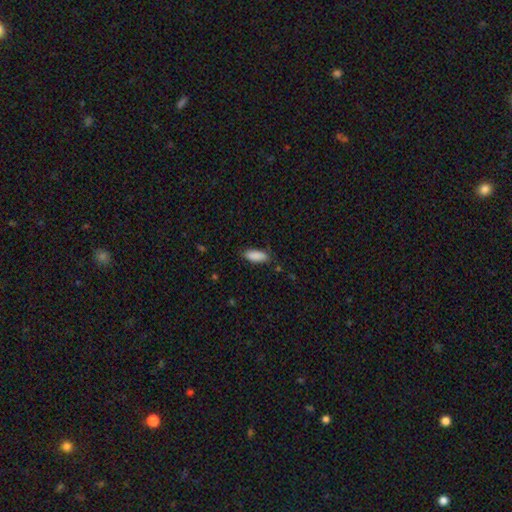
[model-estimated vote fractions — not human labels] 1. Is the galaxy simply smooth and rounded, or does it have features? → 89% smooth, 7% star or artifact, 4% featured or disk.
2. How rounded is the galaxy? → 74% in between, 24% cigar-shaped, 2% round.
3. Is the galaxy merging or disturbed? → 80% none, 16% minor disturbance, 3% major disturbance, 1% merger.